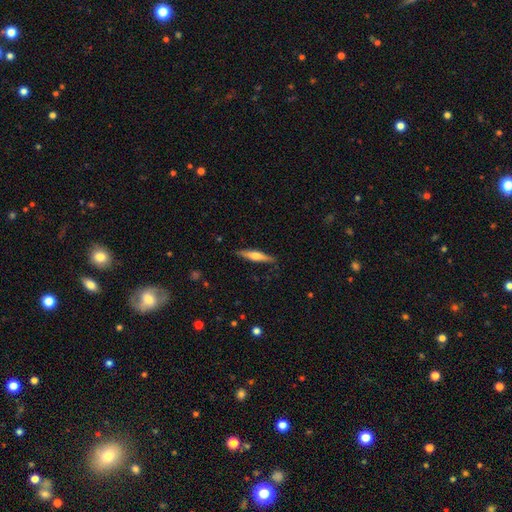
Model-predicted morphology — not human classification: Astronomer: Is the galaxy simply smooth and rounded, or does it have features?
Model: featured or disk — 50% (runner-up: smooth, 44%).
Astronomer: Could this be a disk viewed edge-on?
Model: yes — 95%.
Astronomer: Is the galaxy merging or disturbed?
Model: none — 88%.